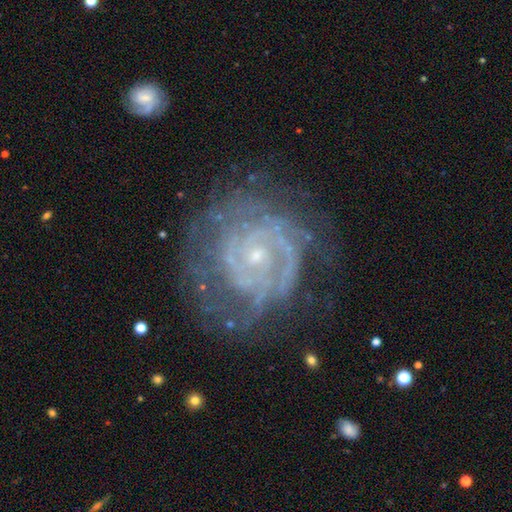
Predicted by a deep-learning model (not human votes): featured or disk 86%, smooth 7%, star or artifact 7%. Down the decision tree: edge-on disk — no (98%); bar — no (75%); spiral arms — yes (94%); spiral arm count — can't tell (34%); spiral winding — tight (73%); bulge size — small (79%); merging — none (66%).